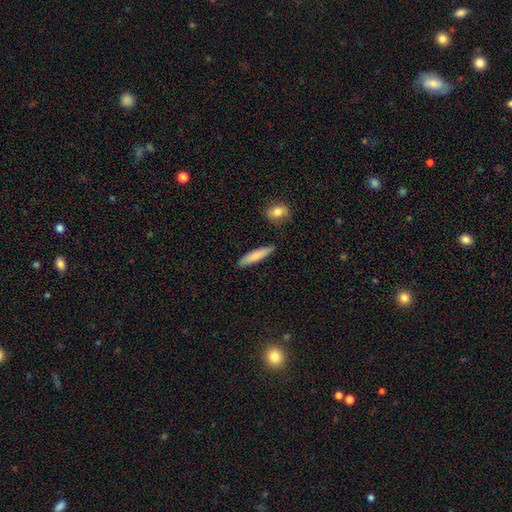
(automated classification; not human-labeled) Smooth or featured: smooth — 81% (featured or disk — 13%)
How rounded: cigar-shaped — 83% (in between — 15%)
Merging: none — 85% (minor disturbance — 10%)